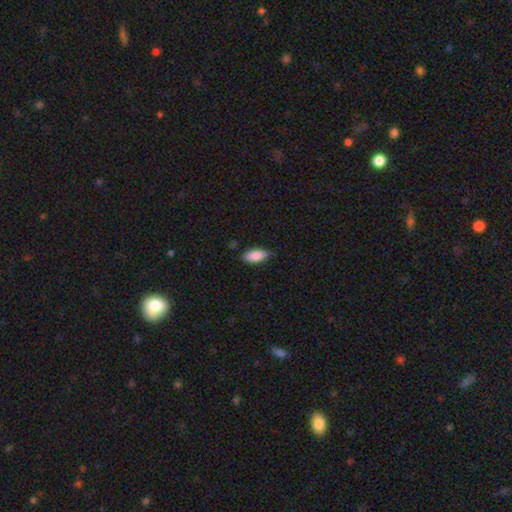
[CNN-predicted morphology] The model was most divided on "merging": none: 74%, minor disturbance: 22%, major disturbance: 3%, merger: 1%. More confident: how rounded — in between (85%); smooth or featured — smooth (84%).